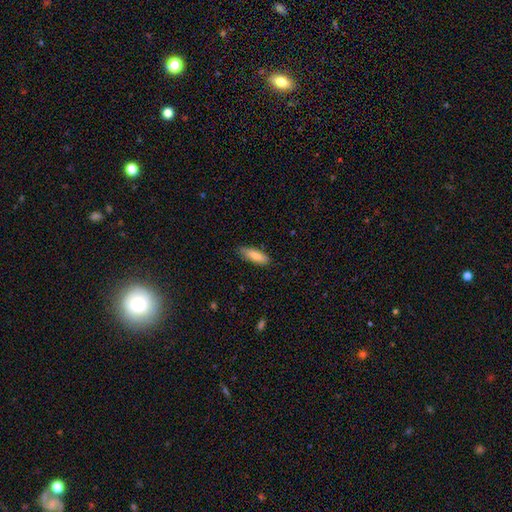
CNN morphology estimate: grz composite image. It shows a smooth galaxy with no disk features (82%) that is in between round and cigar-shaped (55%). Merging: none (82%).